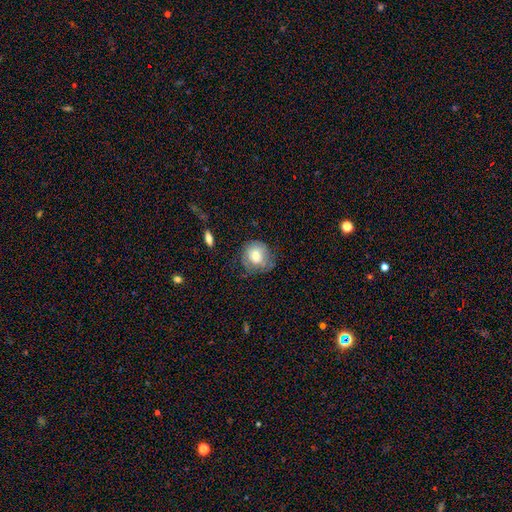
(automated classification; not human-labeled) The model was most divided on "merging": none: 60%, minor disturbance: 27%, major disturbance: 12%, merger: 2%. More confident: how rounded — round (78%); smooth or featured — smooth (67%).